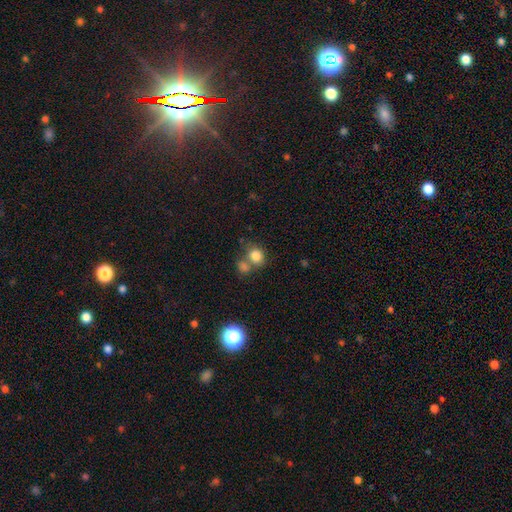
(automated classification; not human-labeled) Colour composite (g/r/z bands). It shows a smooth galaxy with no disk features (81%) that is round (67%). Merging: none (46%).